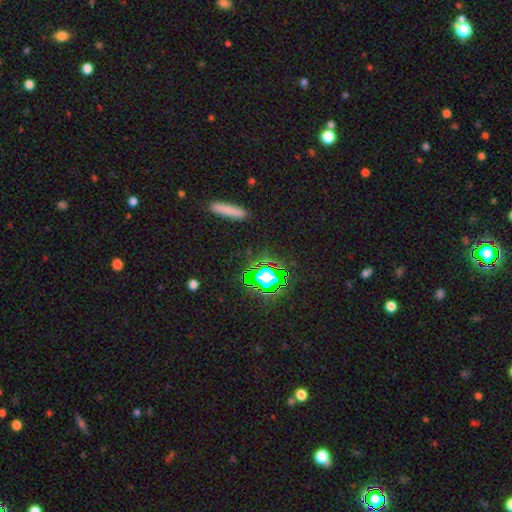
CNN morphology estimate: This appears to be a star or artifact, not a galaxy (68%).